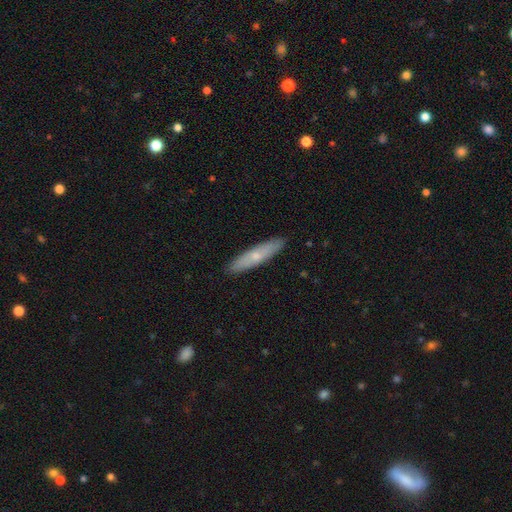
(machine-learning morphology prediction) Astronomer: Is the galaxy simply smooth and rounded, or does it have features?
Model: smooth — 58% (runner-up: featured or disk, 35%).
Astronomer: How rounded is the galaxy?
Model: cigar-shaped — 85%.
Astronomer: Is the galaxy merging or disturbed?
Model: none — 90%.